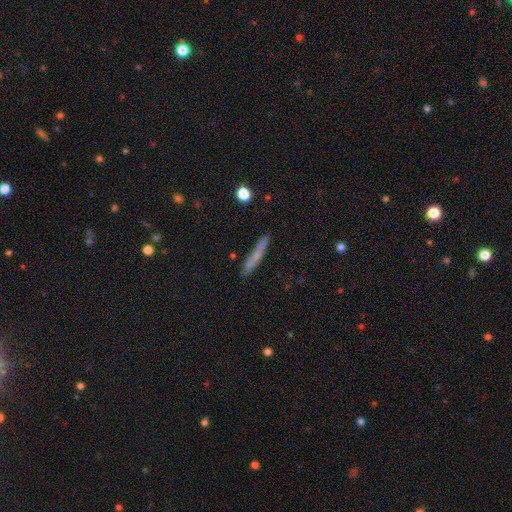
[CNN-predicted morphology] smooth_or_featured: smooth (p=0.59) [alt: featured or disk p=0.33]
how_rounded: cigar-shaped (p=0.94) [alt: in between p=0.04]
merging: none (p=0.82) [alt: minor disturbance p=0.13]